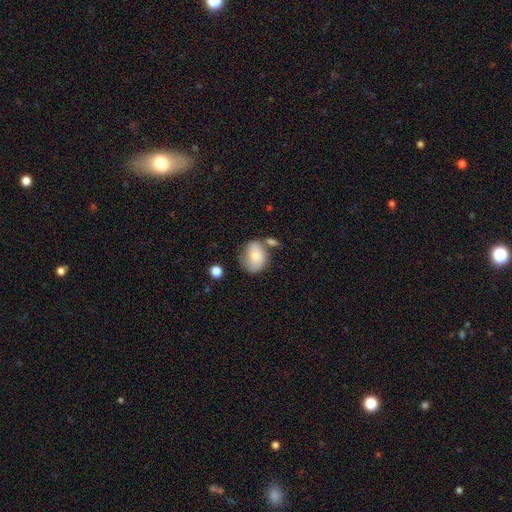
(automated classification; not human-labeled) The model was most divided on "how rounded": in between: 60%, round: 39%, cigar-shaped: 1%. Remaining: smooth or featured — smooth (69%); merging — none (48%).